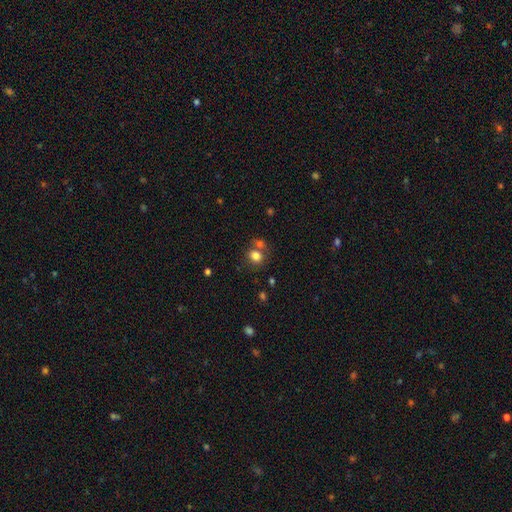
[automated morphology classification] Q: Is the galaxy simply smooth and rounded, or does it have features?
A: smooth — 79%.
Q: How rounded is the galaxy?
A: round — 61%.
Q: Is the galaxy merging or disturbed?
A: none — 53%.